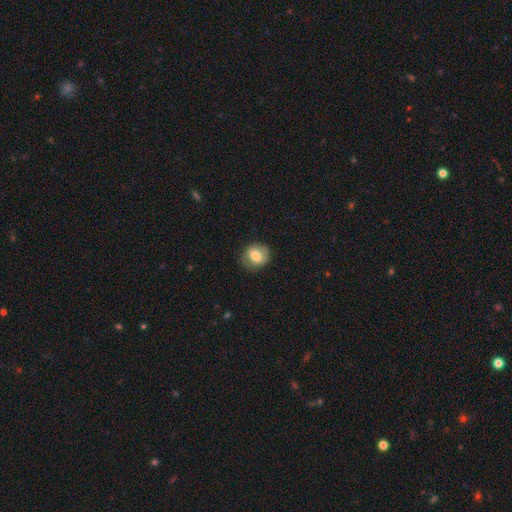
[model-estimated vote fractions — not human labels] Morphology: type=smooth (72%); roundness=round (70%); merging=none (80%).